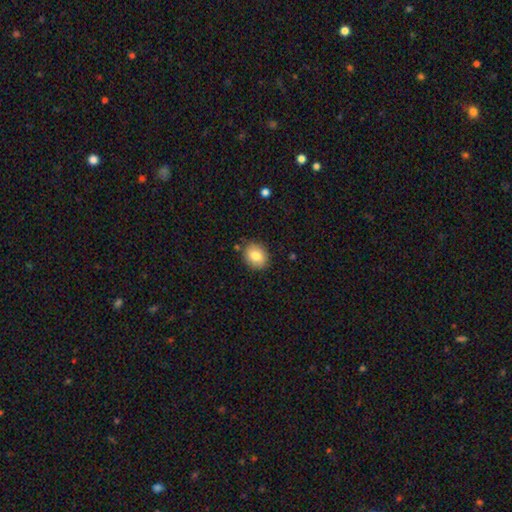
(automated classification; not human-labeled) A smooth galaxy with no disk features (82%) that is round (60%). Merging: none (85%).